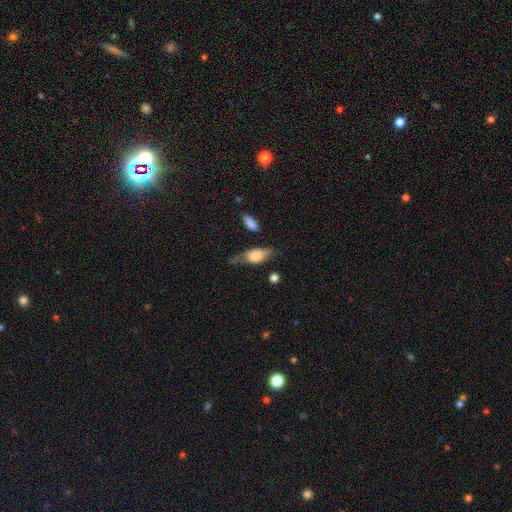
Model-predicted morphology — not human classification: A smooth galaxy with no disk features (56%) that is in between round and cigar-shaped (74%).

Vote fractions:
- Smooth or featured? smooth: 56% / featured or disk: 37% / star or artifact: 7%
- How rounded? in between: 74% / cigar-shaped: 20% / round: 5%
- Merging? none: 51% / minor disturbance: 30% / major disturbance: 14% / merger: 5%